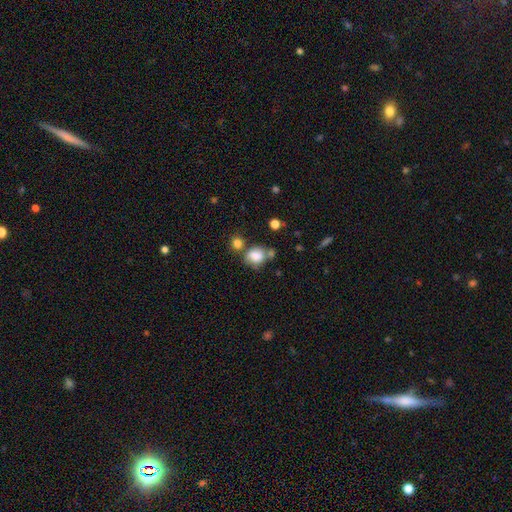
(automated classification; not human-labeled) Smooth or featured? smooth (80%)
How rounded? round (60%)
Merging? none (48%)